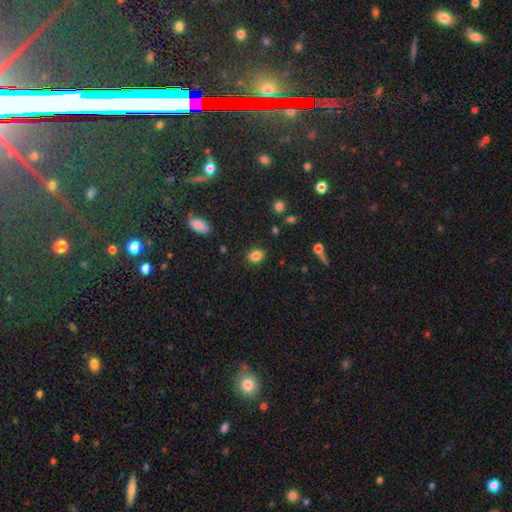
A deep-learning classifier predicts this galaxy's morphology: smooth_or_featured: smooth (p=0.84) [alt: star or artifact p=0.10]
how_rounded: in between (p=0.67) [alt: round p=0.32]
merging: none (p=0.86) [alt: minor disturbance p=0.09]